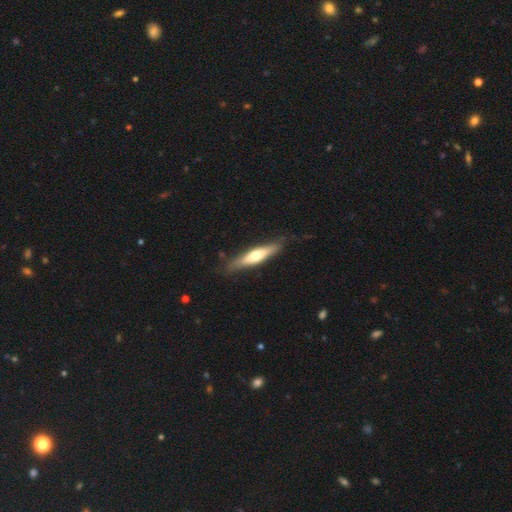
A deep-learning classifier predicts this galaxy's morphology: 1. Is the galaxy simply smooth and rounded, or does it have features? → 49% featured or disk, 46% smooth, 5% star or artifact.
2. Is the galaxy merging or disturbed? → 81% none, 14% minor disturbance, 3% major disturbance, 2% merger.